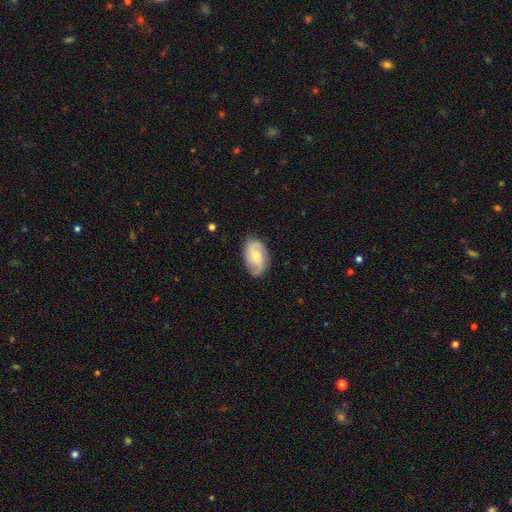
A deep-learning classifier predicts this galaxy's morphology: This appears to be a featured or disk galaxy (61%) with no bar (70%), 2 (61%) medium (41%) spiral arms (89%) and a small central bulge (48%, tied with moderate). Merging: none (78%).